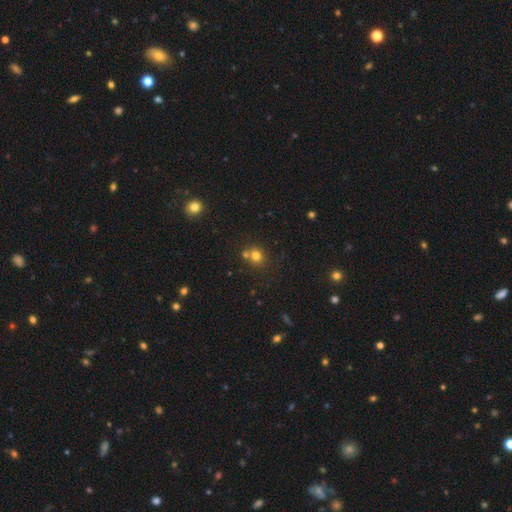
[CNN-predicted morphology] This appears to be a smooth galaxy with no disk features (75%) that is round (83%). Merging: none (61%).